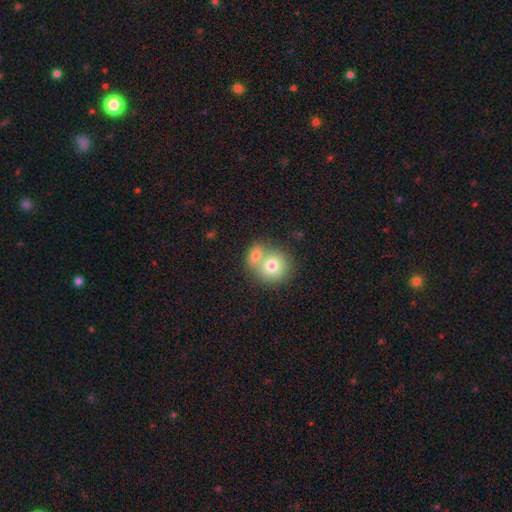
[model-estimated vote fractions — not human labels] Smooth or featured?
  - smooth: 73% *
  - featured or disk: 17%
  - star or artifact: 9%
How rounded?
  - round: 75% *
  - in between: 24%
  - cigar-shaped: 1%
Merging?
  - merger: 59% *
  - none: 31%
  - minor disturbance: 7%
  - major disturbance: 3%